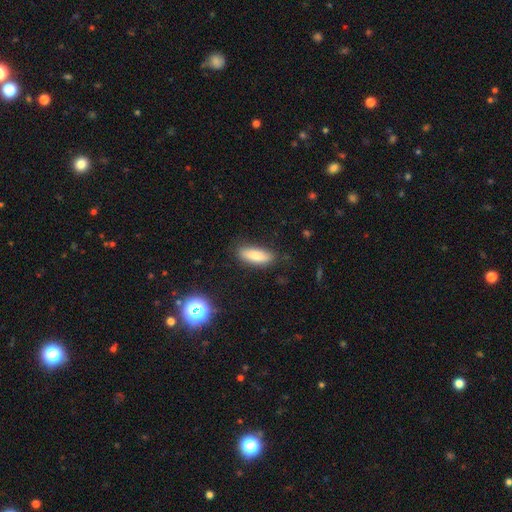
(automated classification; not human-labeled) The model was most divided on "how rounded": in between: 62%, cigar-shaped: 36%, round: 2%. More confident: merging — none (82%); smooth or featured — smooth (80%).